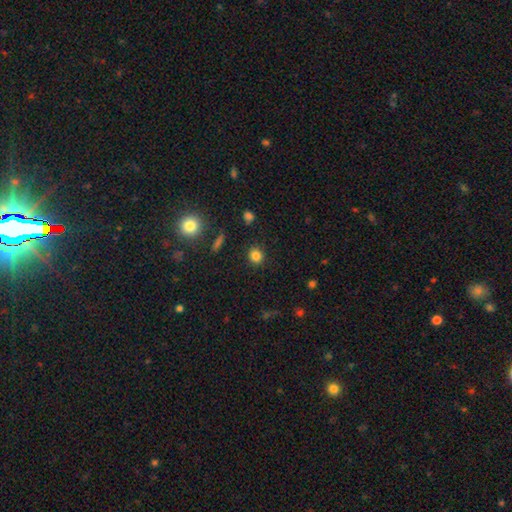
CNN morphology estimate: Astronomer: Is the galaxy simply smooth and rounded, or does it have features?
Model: smooth — 84%.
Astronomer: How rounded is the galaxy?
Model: round — 87%.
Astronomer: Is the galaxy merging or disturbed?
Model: none — 89%.